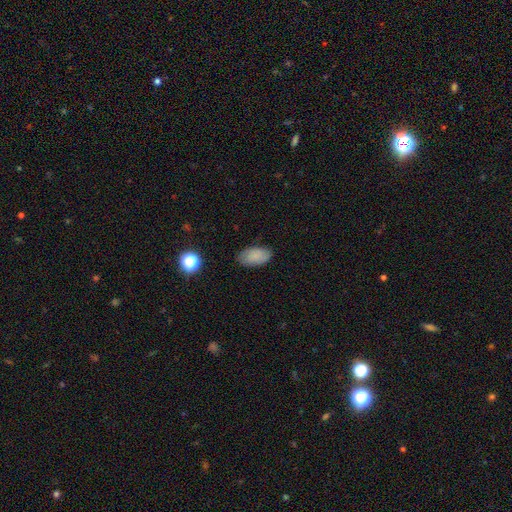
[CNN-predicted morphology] A smooth galaxy with no disk features (81%) that is in between round and cigar-shaped (94%).

Vote fractions:
- Smooth or featured? smooth: 81% / featured or disk: 11% / star or artifact: 8%
- How rounded? in between: 94% / round: 4% / cigar-shaped: 2%
- Merging? none: 81% / minor disturbance: 15% / major disturbance: 3% / merger: 1%